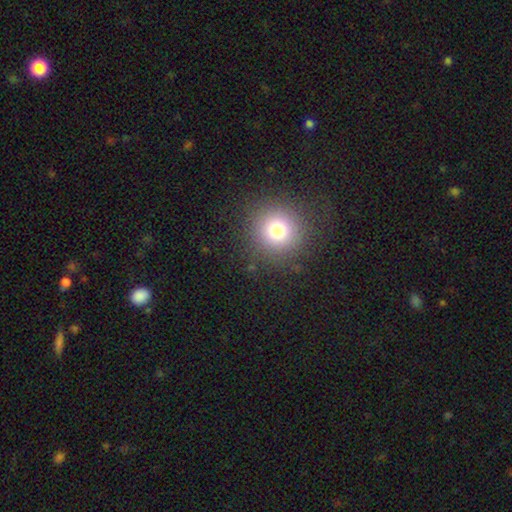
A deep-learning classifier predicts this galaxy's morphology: Smooth or featured? smooth (71%)
How rounded? round (94%)
Merging? none (91%)